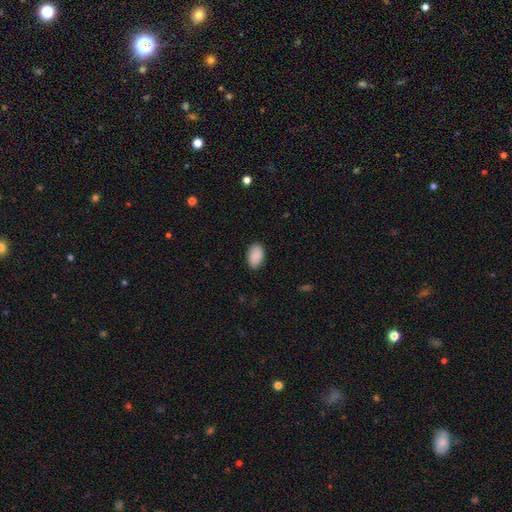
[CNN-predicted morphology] Smooth or featured: smooth — 90% (star or artifact — 6%)
How rounded: in between — 92% (round — 6%)
Merging: none — 86% (minor disturbance — 11%)